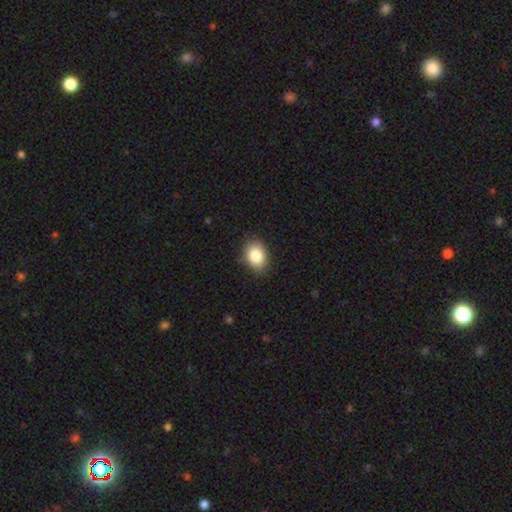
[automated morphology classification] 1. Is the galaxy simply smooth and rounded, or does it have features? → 85% smooth, 8% star or artifact, 6% featured or disk.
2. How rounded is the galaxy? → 72% in between, 27% round, 1% cigar-shaped.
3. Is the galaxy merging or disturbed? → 85% none, 12% minor disturbance, 2% major disturbance, 1% merger.